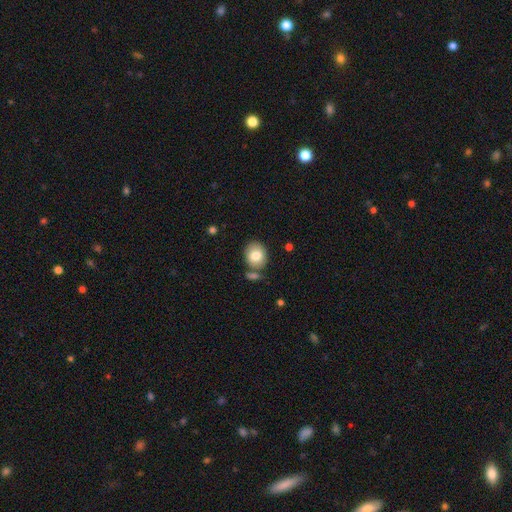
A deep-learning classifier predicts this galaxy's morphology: type=smooth (79%); roundness=round (60%); merging=none (70%).